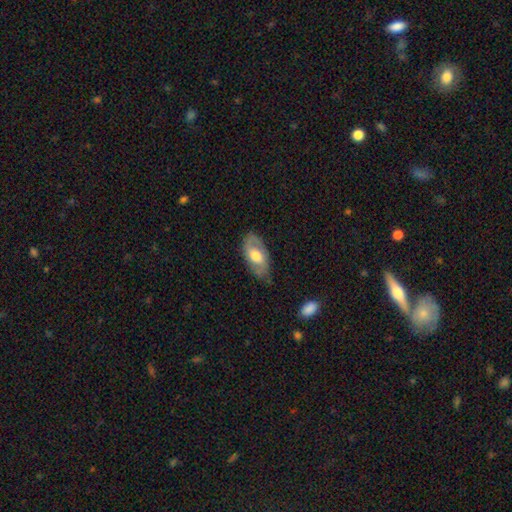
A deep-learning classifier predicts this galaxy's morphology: A featured or disk galaxy (51%). Merging: none (71%).